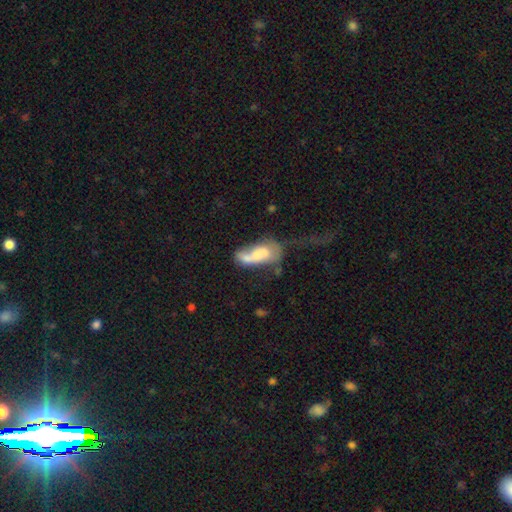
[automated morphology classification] smooth-or-featured: smooth: 51% | featured or disk: 39% | star or artifact: 10%
  how-rounded: in between: 80% | cigar-shaped: 14% | round: 6%
  merging: merger: 46% | major disturbance: 26% | none: 15% | minor disturbance: 12%